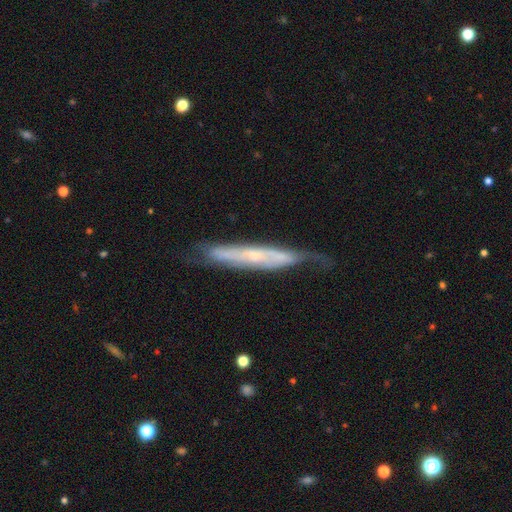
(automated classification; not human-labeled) Smooth or featured?
  - featured or disk: 70% *
  - smooth: 24%
  - star or artifact: 7%
Edge-on disk?
  - yes: 66% *
  - no: 34%
Merging?
  - none: 58% *
  - minor disturbance: 30%
  - major disturbance: 10%
  - merger: 2%